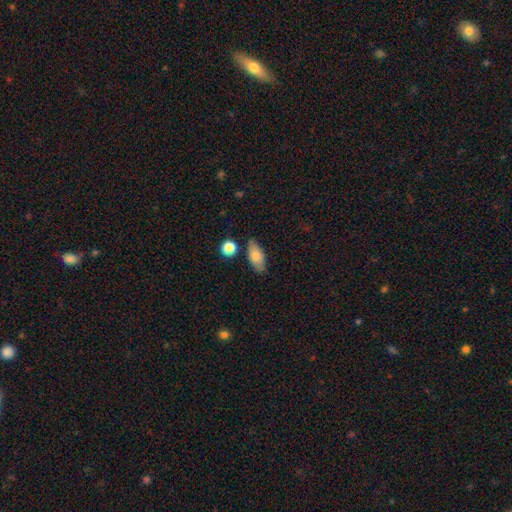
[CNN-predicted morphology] smooth-or-featured: smooth: 79% | featured or disk: 14% | star or artifact: 7%
  how-rounded: in between: 84% | cigar-shaped: 11% | round: 4%
  merging: none: 76% | minor disturbance: 16% | merger: 5% | major disturbance: 4%